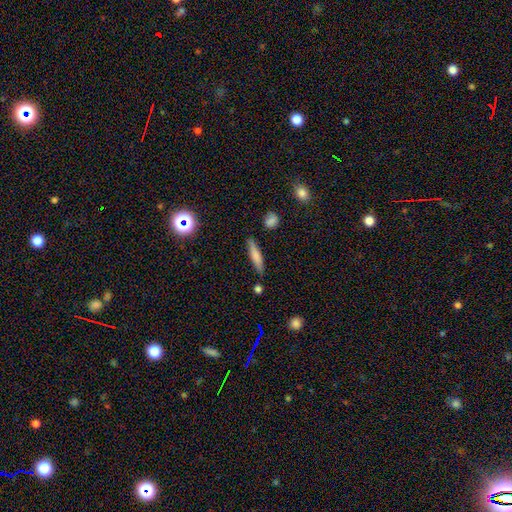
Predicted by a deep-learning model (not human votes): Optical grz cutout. It shows a smooth galaxy with no disk features (70%) that is cigar-shaped (82%). Merging: none (82%).